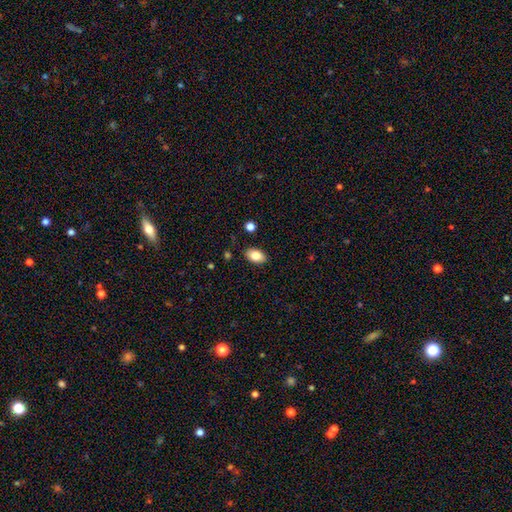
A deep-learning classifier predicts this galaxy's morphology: The model was most divided on "smooth or featured": smooth: 83%, featured or disk: 9%, star or artifact: 8%. More confident: how rounded — in between (91%); merging — none (88%).